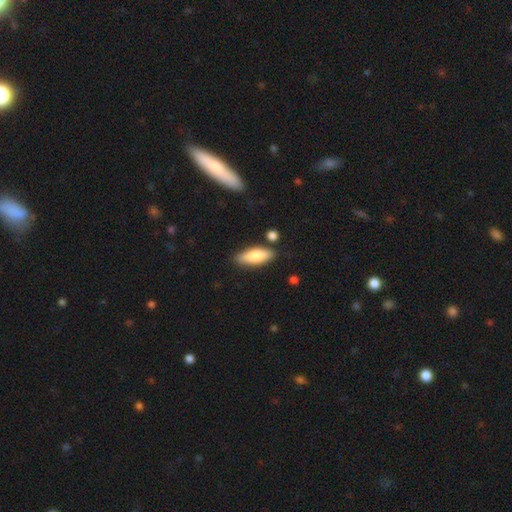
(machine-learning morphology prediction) Smooth or featured: smooth — 79% (featured or disk — 16%)
How rounded: in between — 64% (cigar-shaped — 34%)
Merging: none — 82% (minor disturbance — 11%)